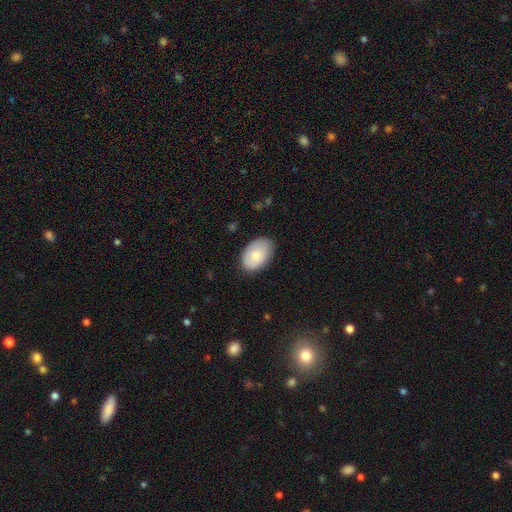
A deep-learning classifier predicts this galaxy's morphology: This is likely a smooth galaxy (77%). How rounded: clearly in between (90%). Merging: likely none (79%).